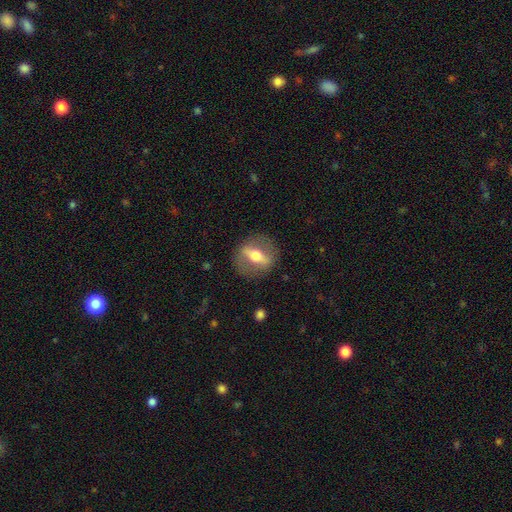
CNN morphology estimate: Q: Smooth or featured?
A: featured or disk (64%); runner-up: smooth (30%)
Q: Edge-on disk?
A: no (56%); runner-up: yes (44%)
Q: Merging?
A: none (84%); runner-up: minor disturbance (10%)